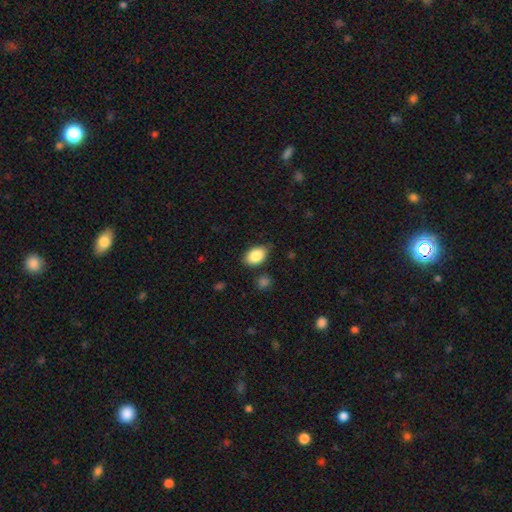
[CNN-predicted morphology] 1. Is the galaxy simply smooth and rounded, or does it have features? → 87% smooth, 7% star or artifact, 6% featured or disk.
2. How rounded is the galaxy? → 86% in between, 12% round, 1% cigar-shaped.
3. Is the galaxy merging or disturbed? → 77% none, 17% minor disturbance, 3% major disturbance, 3% merger.